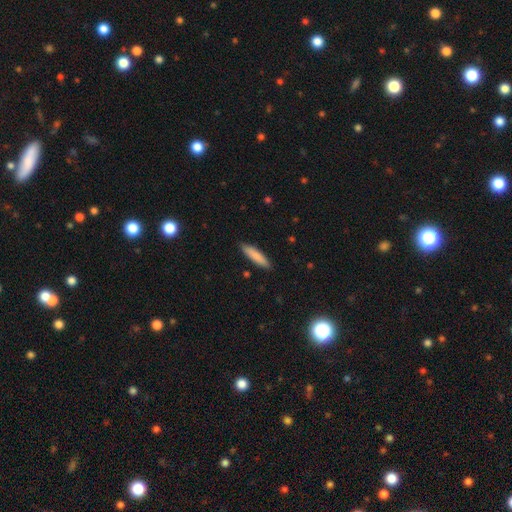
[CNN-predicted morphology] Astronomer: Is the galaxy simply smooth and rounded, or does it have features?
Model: smooth — 83%.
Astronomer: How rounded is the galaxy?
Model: cigar-shaped — 80%.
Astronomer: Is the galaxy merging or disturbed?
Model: none — 88%.